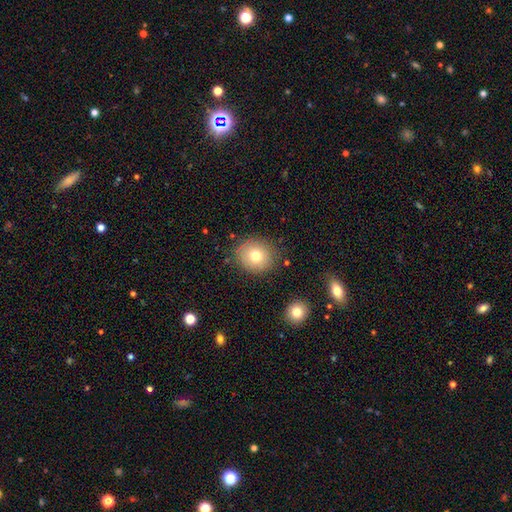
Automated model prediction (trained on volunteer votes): Smooth or featured: smooth — 75% (featured or disk — 14%)
How rounded: round — 81% (in between — 18%)
Merging: none — 83% (minor disturbance — 11%)